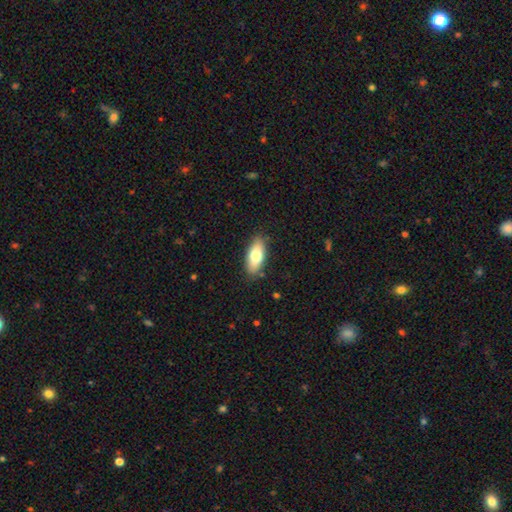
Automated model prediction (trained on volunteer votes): A smooth galaxy with no disk features (75%) that is in between round and cigar-shaped (84%).

Vote fractions:
- Smooth or featured? smooth: 75% / featured or disk: 19% / star or artifact: 6%
- How rounded? in between: 84% / cigar-shaped: 13% / round: 3%
- Merging? none: 86% / minor disturbance: 11% / major disturbance: 2% / merger: 1%